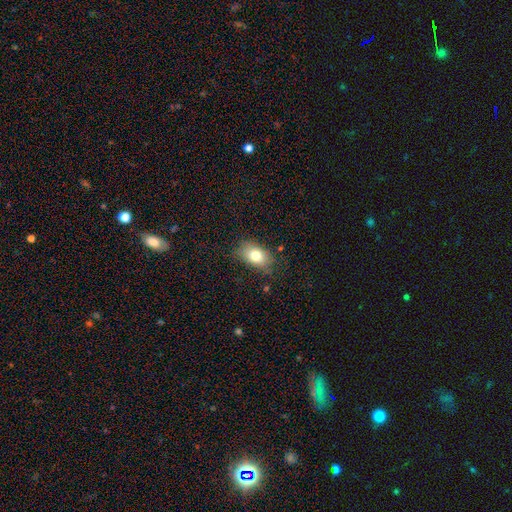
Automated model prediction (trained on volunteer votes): This is likely a smooth galaxy (78%). How rounded: clearly in between (84%). Merging: likely none (75%).